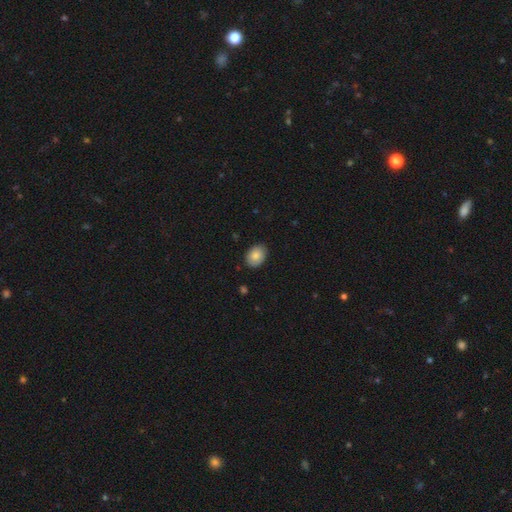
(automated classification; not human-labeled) Smooth or featured? smooth (84%)
How rounded? in between (72%)
Merging? none (85%)